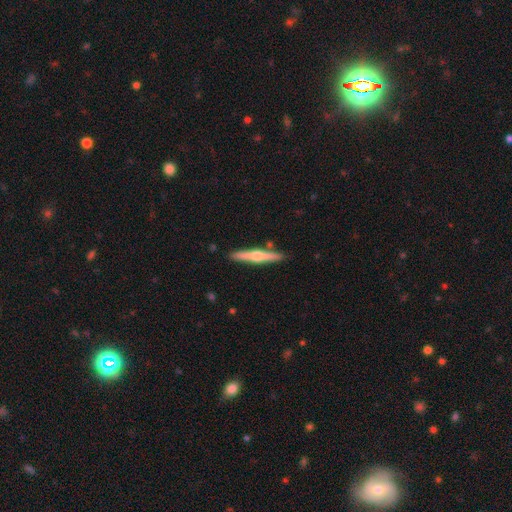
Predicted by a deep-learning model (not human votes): Overall: featured or disk (64%; smooth 30%). Edge-on disk: yes (97%). Edge-on bulge: rounded (88%). Merging: none (88%).